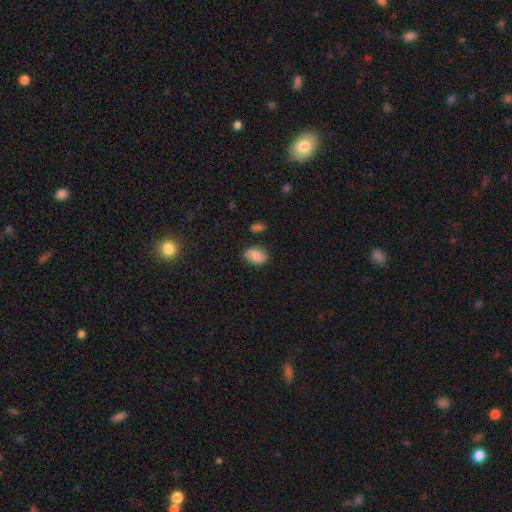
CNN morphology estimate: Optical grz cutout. It shows a smooth galaxy with no disk features (80%) that is in between round and cigar-shaped (79%). Merging: none (77%).